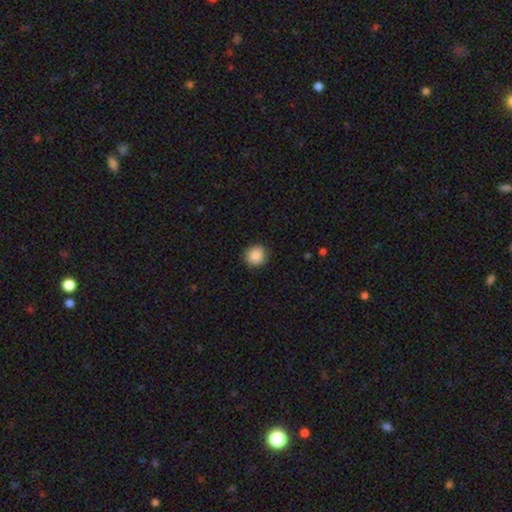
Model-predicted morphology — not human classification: Smooth or featured? Predicted: smooth (p=0.88). How rounded? Predicted: round (p=0.89). Merging? Predicted: none (p=0.88).